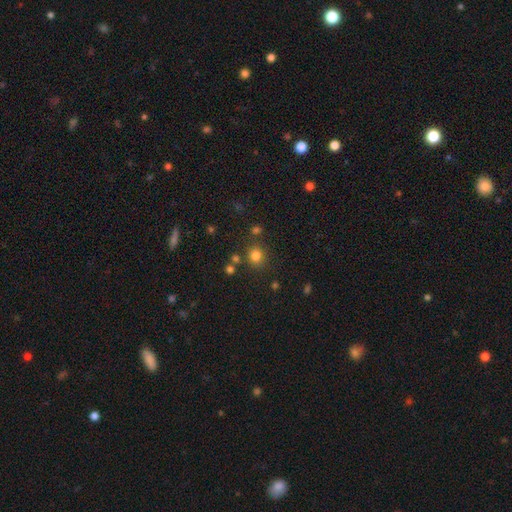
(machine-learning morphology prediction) The model was most divided on "smooth or featured": smooth: 79%, star or artifact: 16%, featured or disk: 5%. More confident: how rounded — round (86%); merging — none (81%).